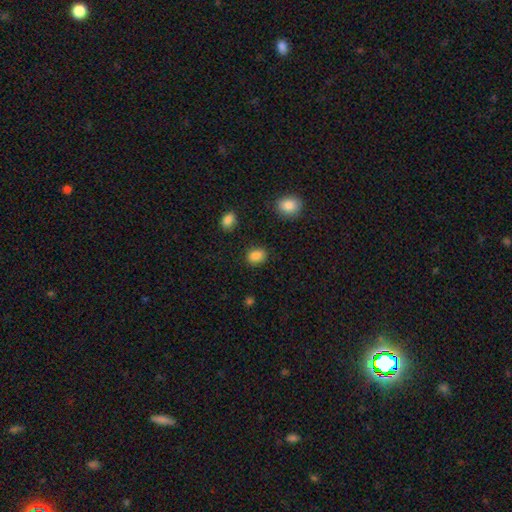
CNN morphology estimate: type=smooth (86%); roundness=in between (57%); merging=none (84%).